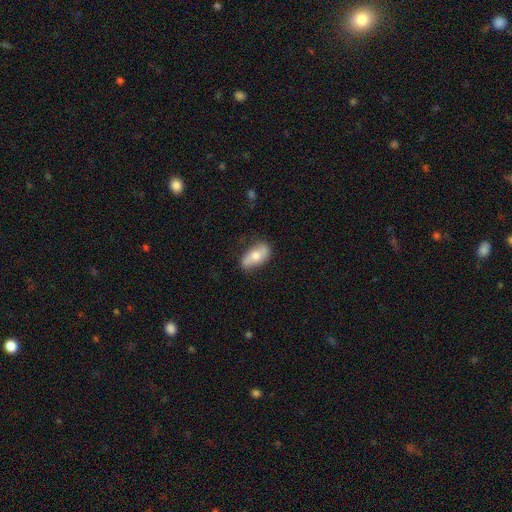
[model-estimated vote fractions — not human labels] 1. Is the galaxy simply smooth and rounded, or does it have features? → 54% smooth, 40% featured or disk, 6% star or artifact.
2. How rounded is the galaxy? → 88% in between, 7% cigar-shaped, 5% round.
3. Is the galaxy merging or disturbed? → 72% none, 21% minor disturbance, 5% major disturbance, 2% merger.